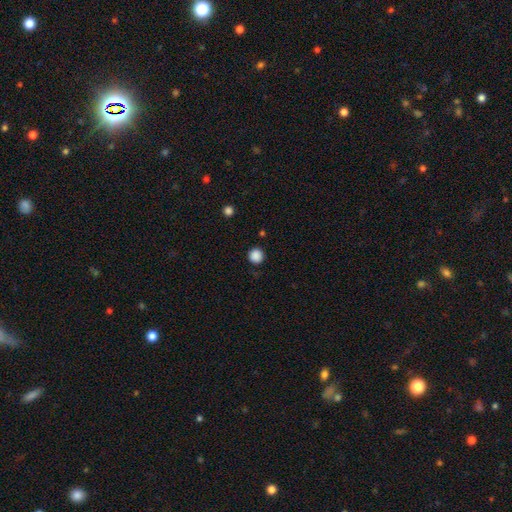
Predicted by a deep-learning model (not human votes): smooth_or_featured: smooth (p=0.87) [alt: star or artifact p=0.10]
how_rounded: round (p=0.95) [alt: in between p=0.04]
merging: none (p=0.91) [alt: minor disturbance p=0.06]